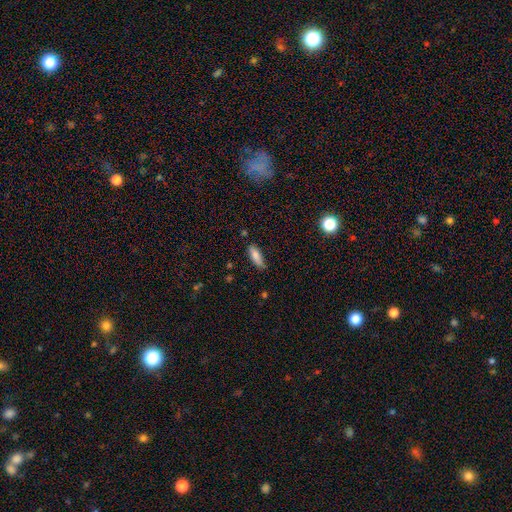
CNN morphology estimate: A smooth galaxy with no disk features (82%) that is in between round and cigar-shaped (62%). Merging: none (68%).